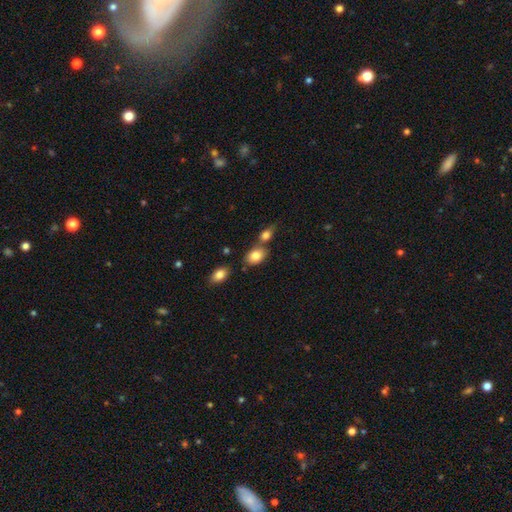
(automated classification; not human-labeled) Smooth or featured? Predicted: smooth (p=0.83). How rounded? Predicted: in between (p=0.77). Merging? Predicted: none (p=0.54).